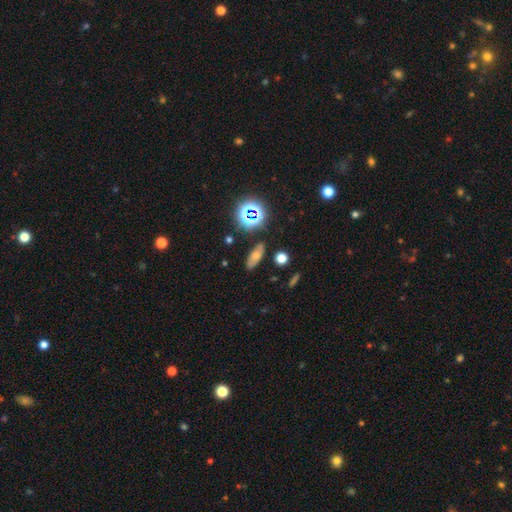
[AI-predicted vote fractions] Smooth or featured? Predicted: smooth (p=0.42). Merging? Predicted: none (p=0.84).